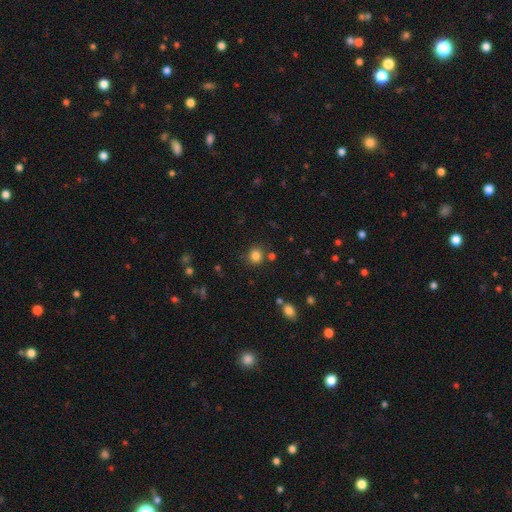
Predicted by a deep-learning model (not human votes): A smooth galaxy with no disk features (82%) that is round (85%). Merging: none (81%).